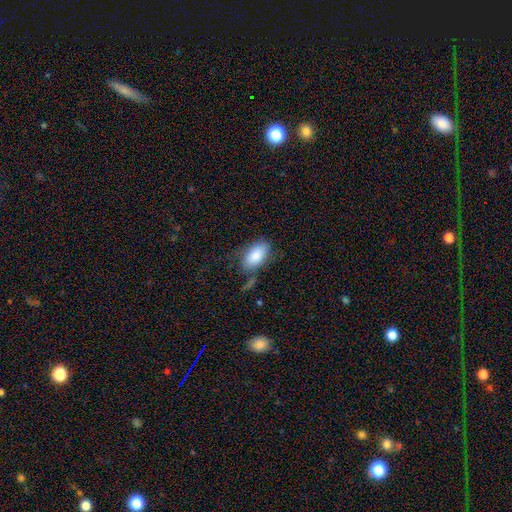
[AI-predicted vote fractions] smooth_or_featured: smooth (p=0.84) [alt: featured or disk p=0.10]
how_rounded: in between (p=0.94) [alt: round p=0.03]
merging: none (p=0.53) [alt: minor disturbance p=0.26]